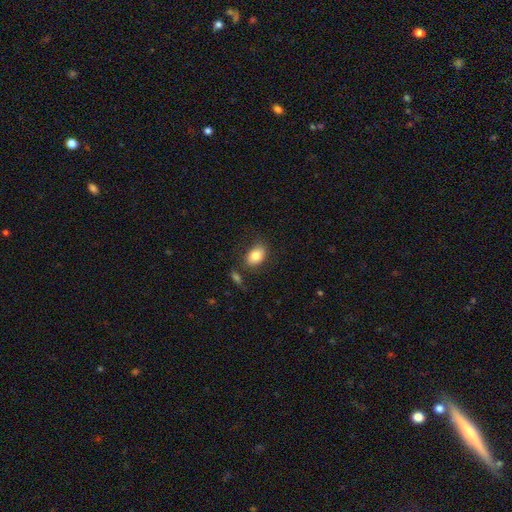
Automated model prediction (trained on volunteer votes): smooth_or_featured: smooth (p=0.82) [alt: featured or disk p=0.11]
how_rounded: in between (p=0.80) [alt: round p=0.19]
merging: none (p=0.74) [alt: minor disturbance p=0.16]